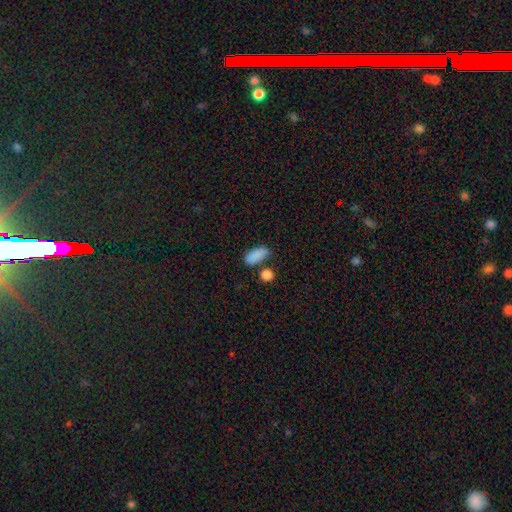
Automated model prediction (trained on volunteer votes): This appears to be a smooth galaxy with no disk features (87%) that is in between round and cigar-shaped (87%). Merging: none (65%).